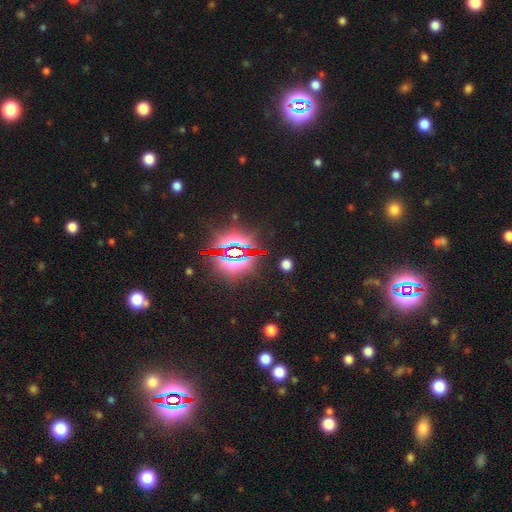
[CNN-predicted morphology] Smooth or featured: star or artifact — 82% (smooth — 10%)